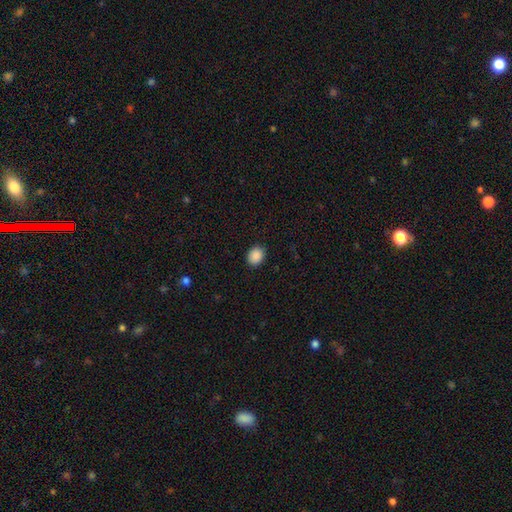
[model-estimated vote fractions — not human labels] smooth_or_featured: smooth (p=0.89) [alt: star or artifact p=0.08]
how_rounded: round (p=0.52) [alt: in between p=0.47]
merging: none (p=0.90) [alt: minor disturbance p=0.07]